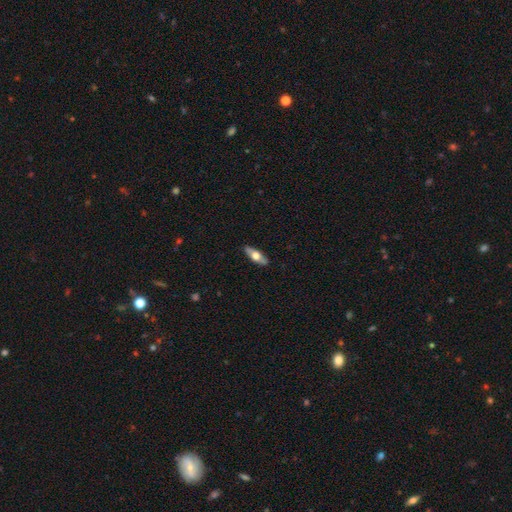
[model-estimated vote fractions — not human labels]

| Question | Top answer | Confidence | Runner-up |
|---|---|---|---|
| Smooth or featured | smooth | 48% | featured or disk (46%) |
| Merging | none | 88% | minor disturbance (9%) |